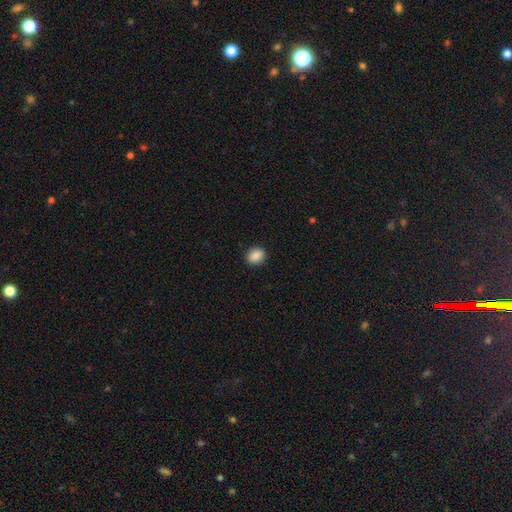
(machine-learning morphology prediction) Smooth or featured? smooth (88%)
How rounded? in between (50%)
Merging? none (90%)